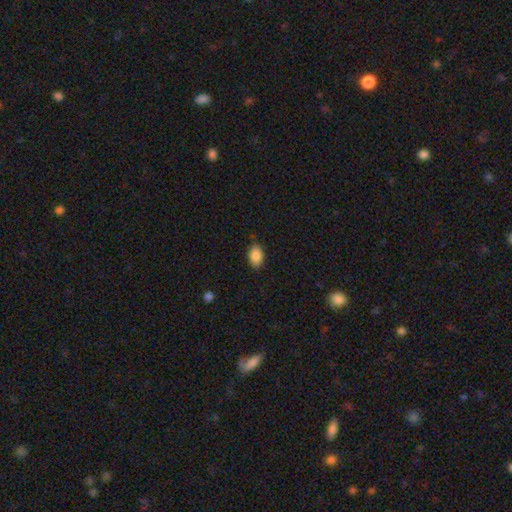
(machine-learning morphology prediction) Smooth or featured? smooth (88%)
How rounded? in between (89%)
Merging? none (84%)